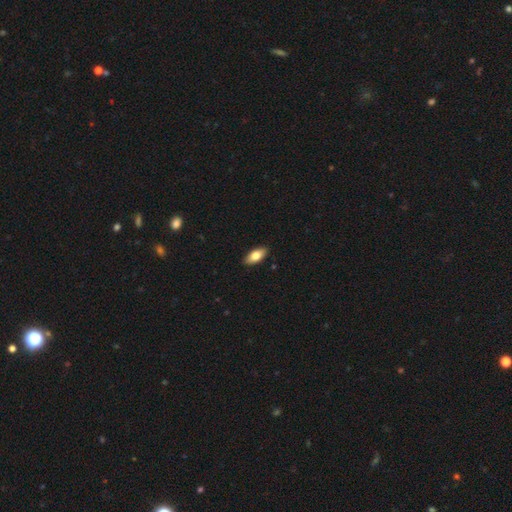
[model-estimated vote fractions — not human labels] Smooth or featured?
  - smooth: 77% *
  - featured or disk: 17%
  - star or artifact: 6%
How rounded?
  - in between: 88% *
  - cigar-shaped: 9%
  - round: 3%
Merging?
  - none: 90% *
  - minor disturbance: 8%
  - major disturbance: 2%
  - merger: 1%